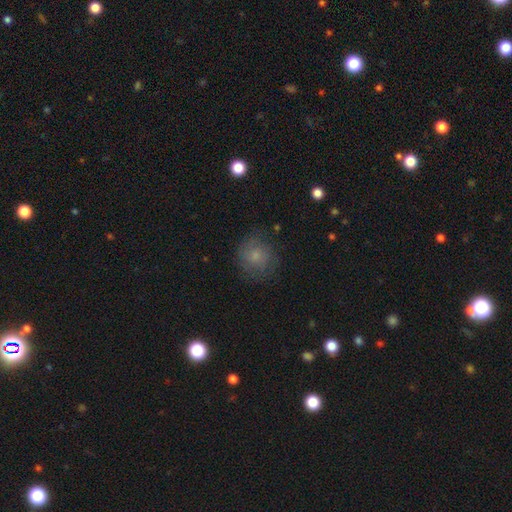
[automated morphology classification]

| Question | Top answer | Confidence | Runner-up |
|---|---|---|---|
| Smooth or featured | smooth | 64% | featured or disk (25%) |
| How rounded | round | 86% | in between (13%) |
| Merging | none | 73% | minor disturbance (17%) |